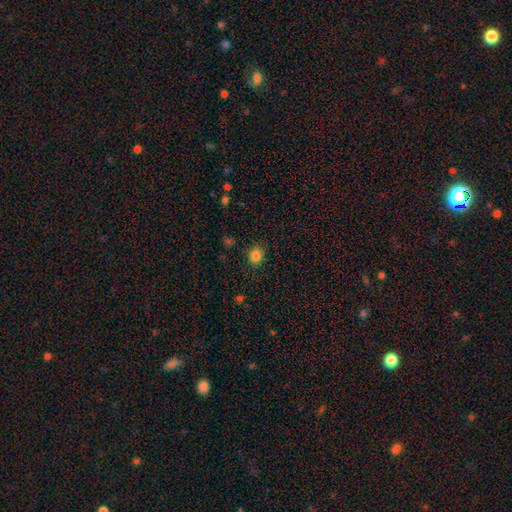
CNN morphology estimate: smooth-or-featured: smooth: 84% | star or artifact: 11% | featured or disk: 4%
  how-rounded: round: 67% | in between: 33% | cigar-shaped: 1%
  merging: none: 88% | minor disturbance: 8% | major disturbance: 3% | merger: 1%